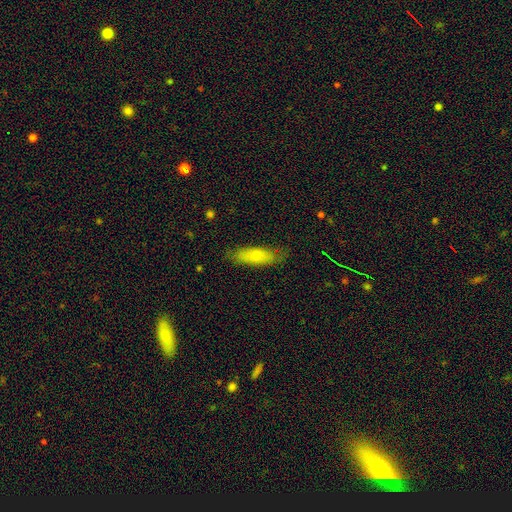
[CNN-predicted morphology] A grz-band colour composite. It shows a smooth galaxy with no disk features (77%) that is in between round and cigar-shaped (61%). Merging: none (75%).